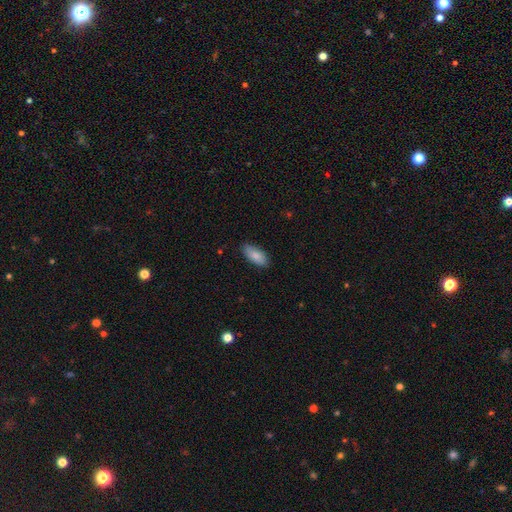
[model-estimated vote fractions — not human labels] A smooth galaxy with no disk features (86%) that is in between round and cigar-shaped (87%). Merging: none (85%).